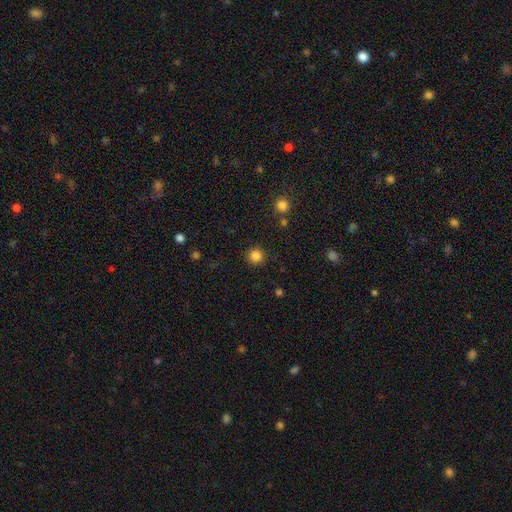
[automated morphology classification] smooth 85%, star or artifact 12%, featured or disk 4%. Down the decision tree: how rounded — round (95%); merging — none (91%).